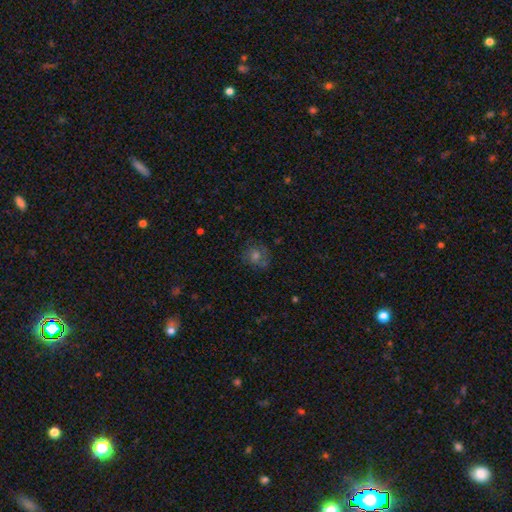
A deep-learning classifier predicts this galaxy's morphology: Smooth or featured? Predicted: smooth (p=0.55). How rounded? Predicted: round (p=0.82). Merging? Predicted: none (p=0.72).